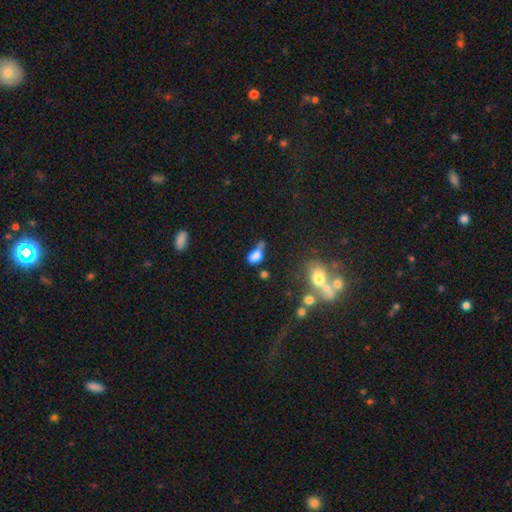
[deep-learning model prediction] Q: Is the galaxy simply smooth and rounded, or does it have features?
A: smooth — 77%.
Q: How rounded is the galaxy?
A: in between — 82%.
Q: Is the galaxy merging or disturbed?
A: none — 30%.